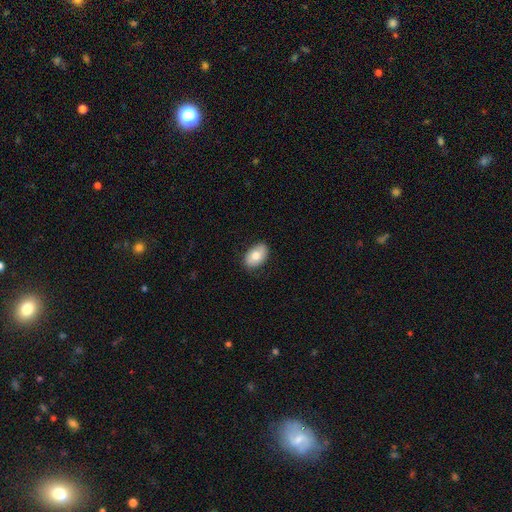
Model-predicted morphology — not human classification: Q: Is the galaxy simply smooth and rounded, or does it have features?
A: smooth — 76%.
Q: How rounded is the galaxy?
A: in between — 89%.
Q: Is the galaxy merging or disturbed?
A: none — 82%.